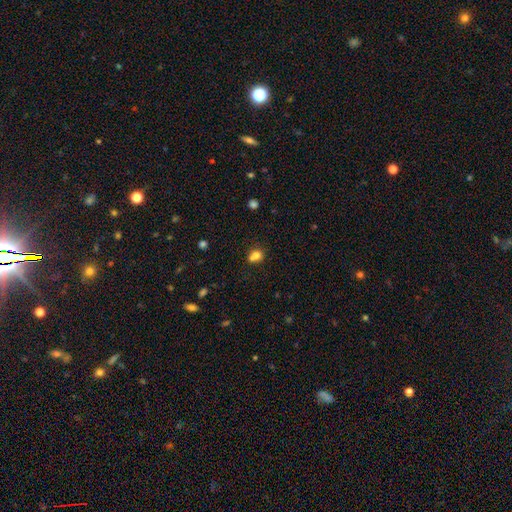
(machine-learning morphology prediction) Smooth or featured: smooth — 75% (star or artifact — 13%)
How rounded: round — 70% (in between — 29%)
Merging: merger — 45% (none — 40%)